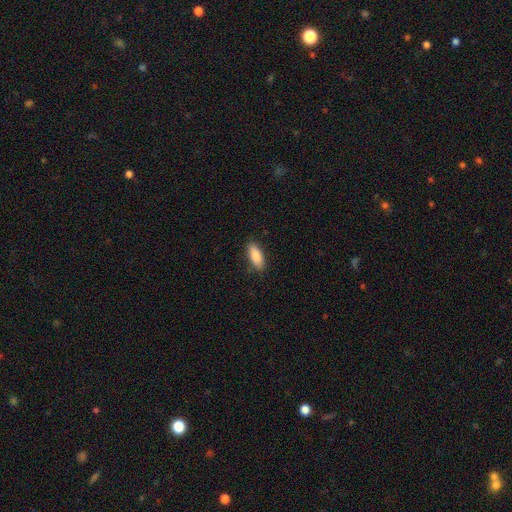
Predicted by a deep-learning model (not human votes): This appears to be a smooth galaxy with no disk features (87%) that is in between round and cigar-shaped (80%). Merging: none (85%).